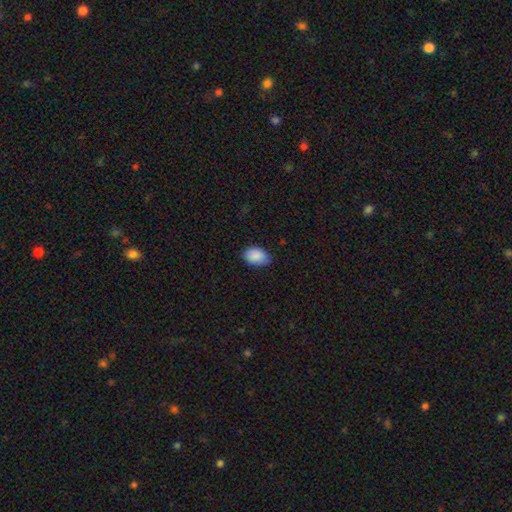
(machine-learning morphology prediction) Smooth or featured: smooth — 89% (star or artifact — 7%)
How rounded: in between — 87% (round — 12%)
Merging: none — 75% (minor disturbance — 21%)